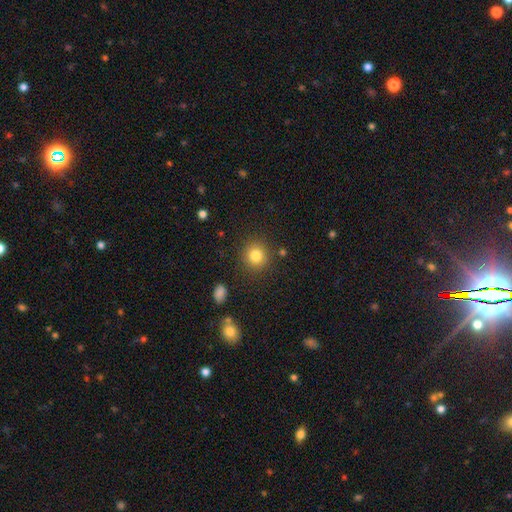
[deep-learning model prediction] Smooth or featured? smooth (82%)
How rounded? round (91%)
Merging? none (86%)